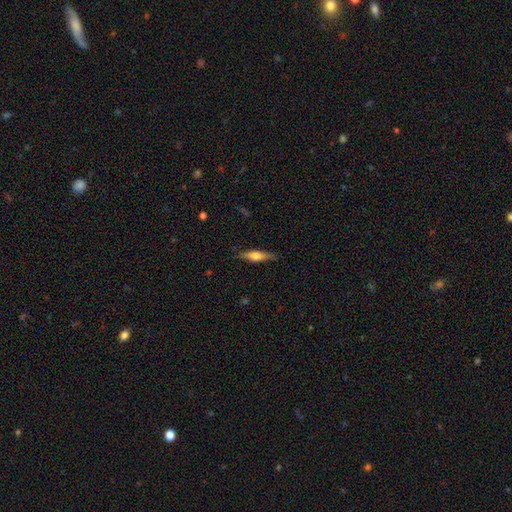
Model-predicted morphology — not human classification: A featured or disk galaxy (53%) viewed edge-on (95%) with a rounded central bulge (86%).

Vote fractions:
- Smooth or featured? featured or disk: 53% / smooth: 41% / star or artifact: 6%
- Edge-on disk? yes: 95% / no: 5%
- Edge-on bulge? rounded: 86% / boxy: 9% / none: 5%
- Merging? none: 85% / minor disturbance: 11% / major disturbance: 3% / merger: 1%